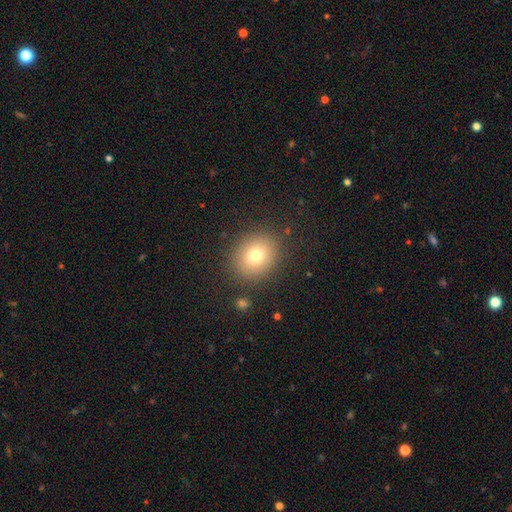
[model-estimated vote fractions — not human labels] Smooth or featured?
  - smooth: 75% *
  - star or artifact: 13%
  - featured or disk: 12%
How rounded?
  - round: 69% *
  - in between: 30%
  - cigar-shaped: 1%
Merging?
  - none: 86% *
  - minor disturbance: 8%
  - major disturbance: 4%
  - merger: 2%